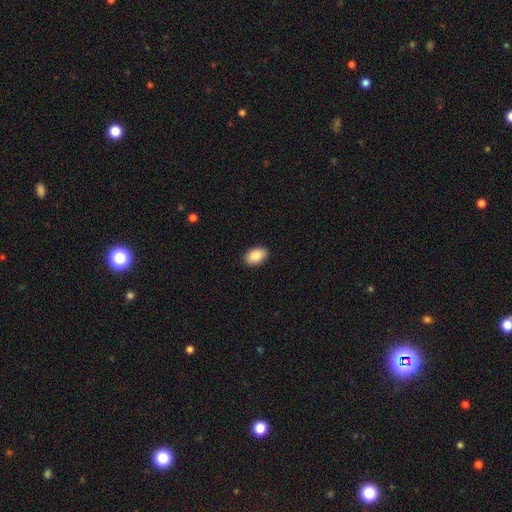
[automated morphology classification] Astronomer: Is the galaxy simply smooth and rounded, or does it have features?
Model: smooth — 90%.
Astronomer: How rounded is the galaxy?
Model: in between — 91%.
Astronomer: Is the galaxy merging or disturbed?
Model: none — 90%.